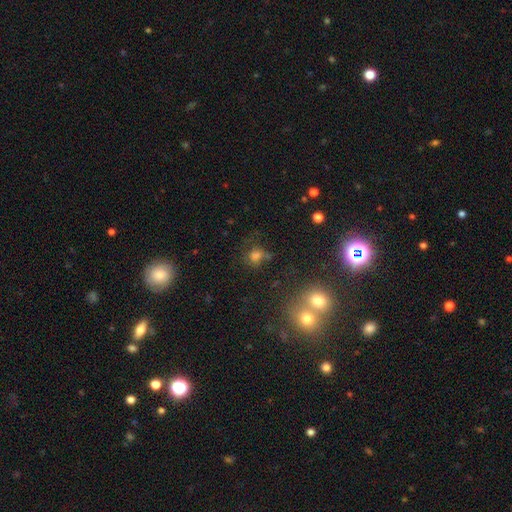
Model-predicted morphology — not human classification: type=smooth (63%); roundness=round (73%); merging=none (54%).